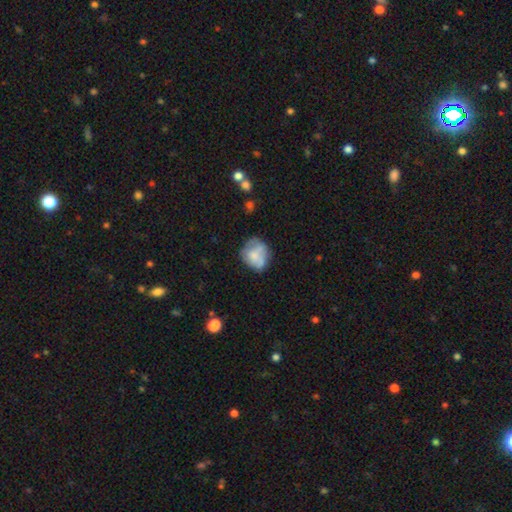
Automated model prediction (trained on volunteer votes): This is possibly a smooth galaxy (60%). How rounded: likely round (60%). Merging: possibly none (47%).